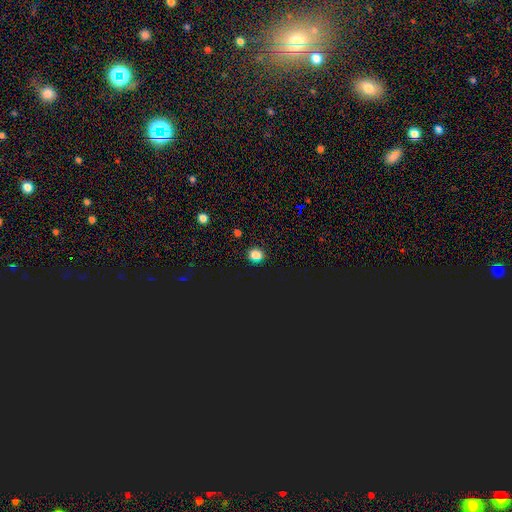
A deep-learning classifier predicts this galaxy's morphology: Overall: smooth (68%). How rounded: round (69%; in between 30%). Merging: none (87%).